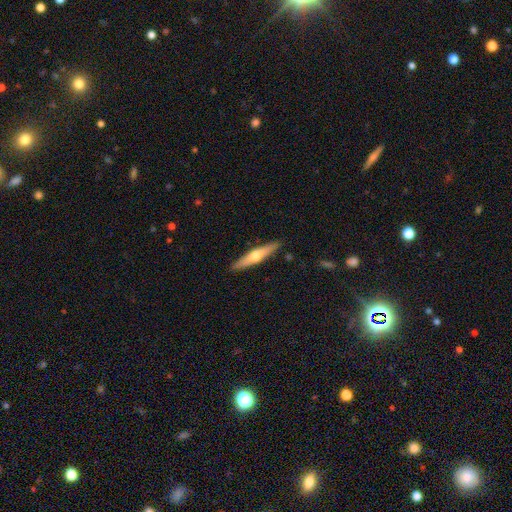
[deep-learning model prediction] Morphology: type=featured or disk (56%); edge-on=yes (95%); edge-on bulge=rounded (92%); merging=none (90%).